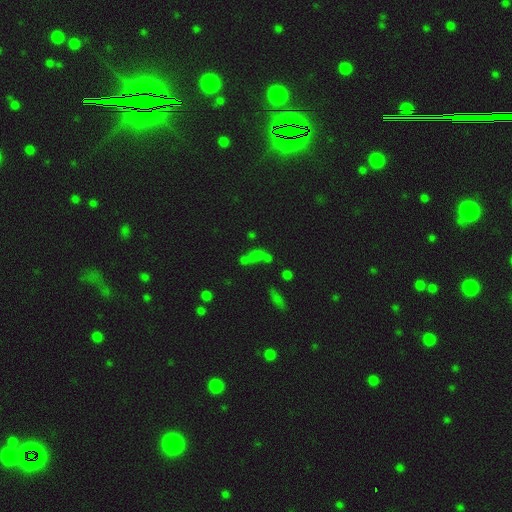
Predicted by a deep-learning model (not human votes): This is possibly a smooth galaxy (49%). Merging: marginally merger (39%).